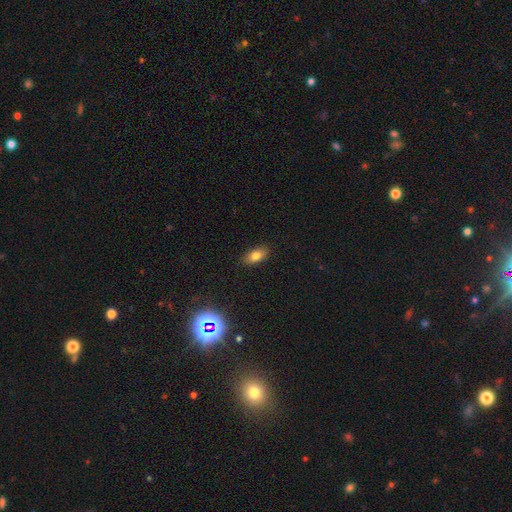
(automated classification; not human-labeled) This is likely a smooth galaxy (78%). How rounded: clearly in between (88%). Merging: clearly none (87%).